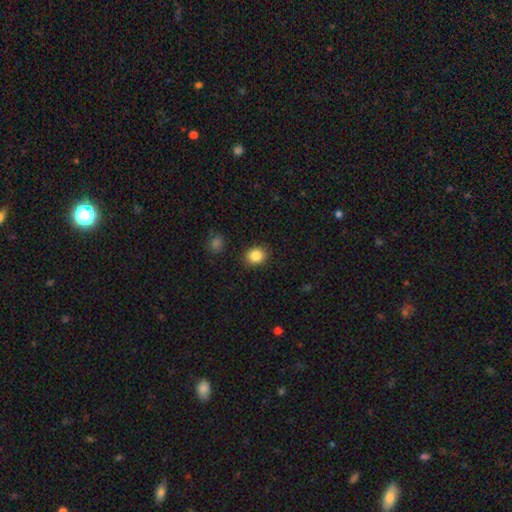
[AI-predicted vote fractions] A smooth galaxy with no disk features (86%) that is round (66%). Merging: none (89%).